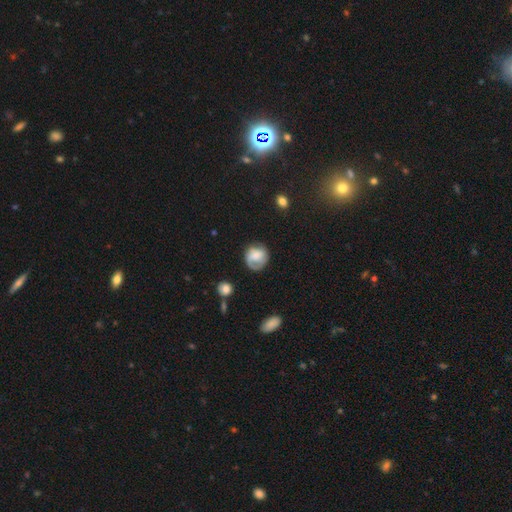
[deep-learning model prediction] This is possibly a smooth galaxy (55%). How rounded: likely round (75%). Merging: possibly none (59%).